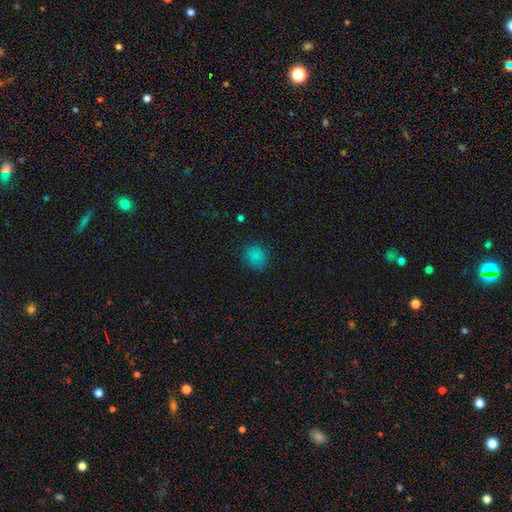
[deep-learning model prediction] smooth 81%, star or artifact 15%, featured or disk 4%. Down the decision tree: how rounded — round (74%); merging — none (81%).